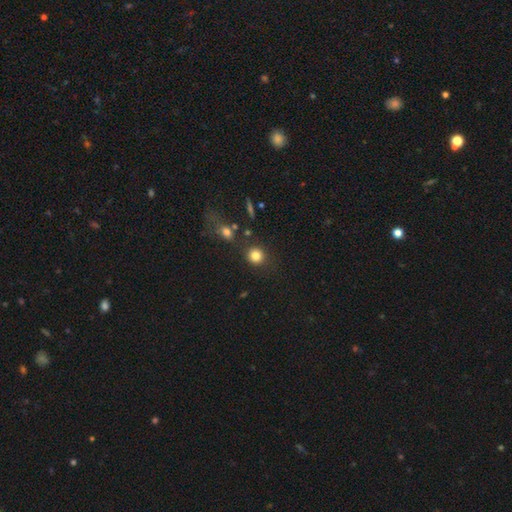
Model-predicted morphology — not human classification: Smooth or featured? smooth (81%)
How rounded? round (88%)
Merging? none (80%)